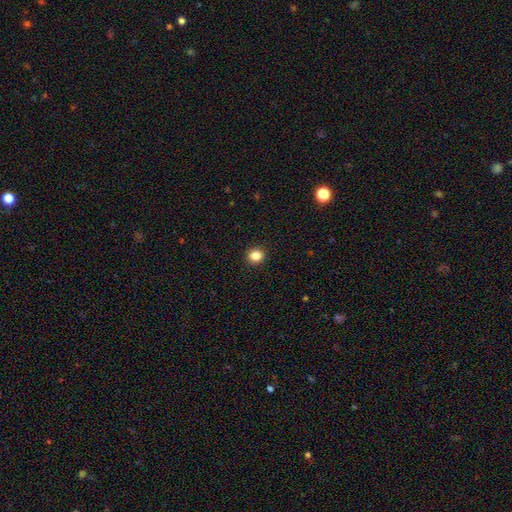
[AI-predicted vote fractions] Smooth or featured? smooth (85%)
How rounded? round (76%)
Merging? none (92%)